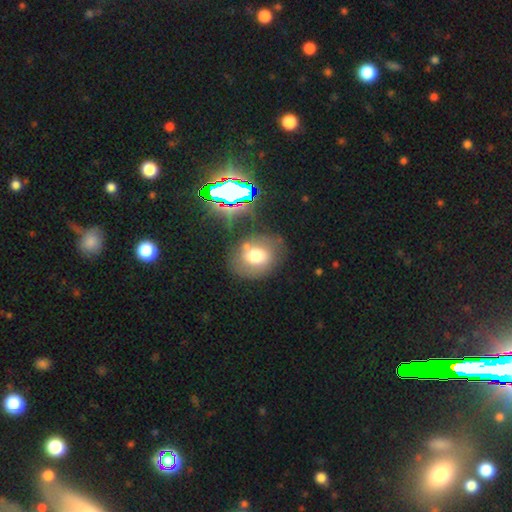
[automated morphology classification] type=smooth (62%); roundness=round (60%); merging=none (70%).